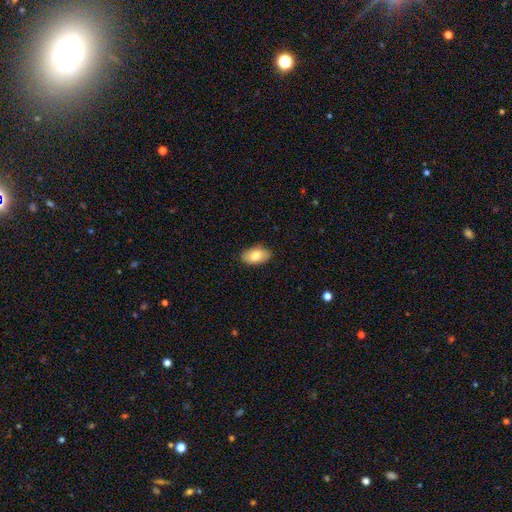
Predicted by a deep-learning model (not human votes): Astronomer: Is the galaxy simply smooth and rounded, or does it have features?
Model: smooth — 81%.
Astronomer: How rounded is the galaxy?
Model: in between — 93%.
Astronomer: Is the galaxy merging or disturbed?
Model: none — 87%.